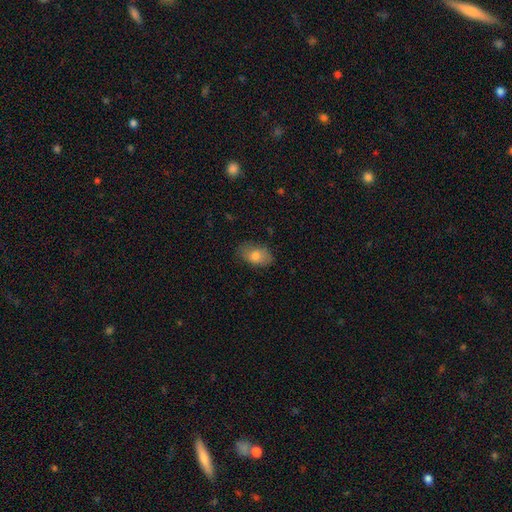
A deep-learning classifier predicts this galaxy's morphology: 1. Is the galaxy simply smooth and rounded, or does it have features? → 78% smooth, 14% featured or disk, 8% star or artifact.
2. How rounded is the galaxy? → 88% in between, 10% round, 2% cigar-shaped.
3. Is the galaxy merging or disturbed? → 77% none, 19% minor disturbance, 4% major disturbance, 1% merger.